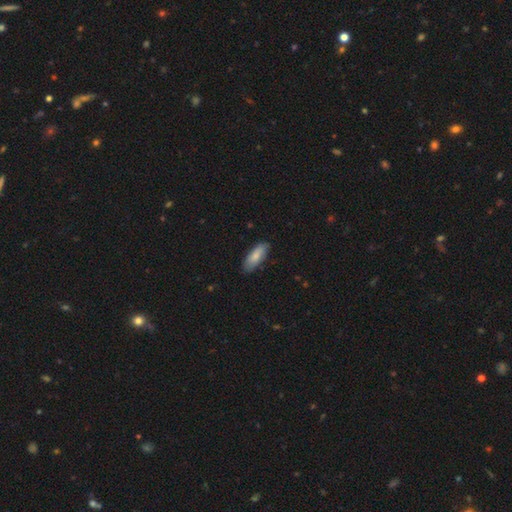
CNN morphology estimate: This appears to be a smooth galaxy with no disk features (82%) that is in between round and cigar-shaped (70%). Merging: none (83%).